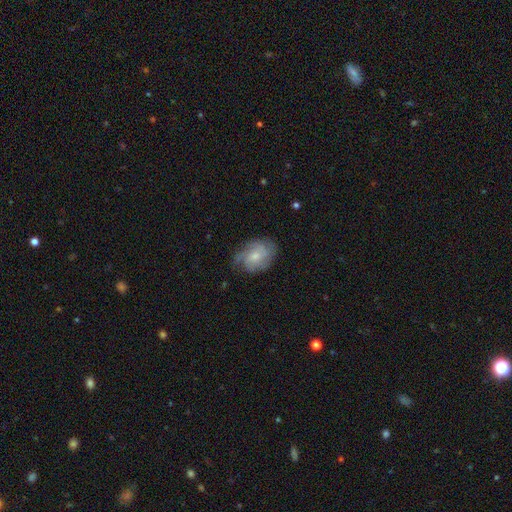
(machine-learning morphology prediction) A featured or disk galaxy (65%) with no bar (70%), tight (45%) spiral arms (90%) and a small central bulge (50%). Merging: none (63%).